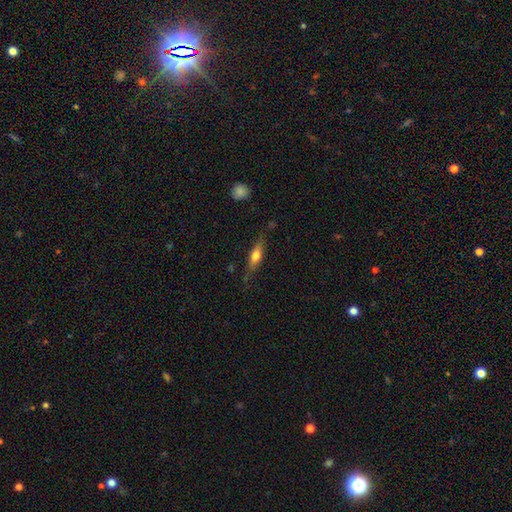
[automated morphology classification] This is possibly a smooth galaxy (57%). How rounded: possibly cigar-shaped (56%). Merging: likely none (71%).